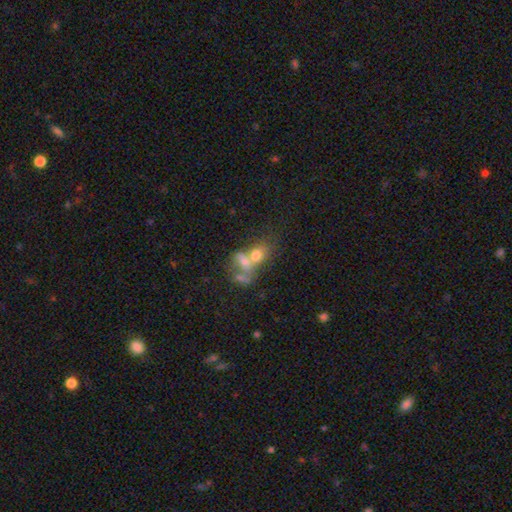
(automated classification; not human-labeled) Smooth or featured? smooth (59%)
How rounded? in between (63%)
Merging? merger (65%)